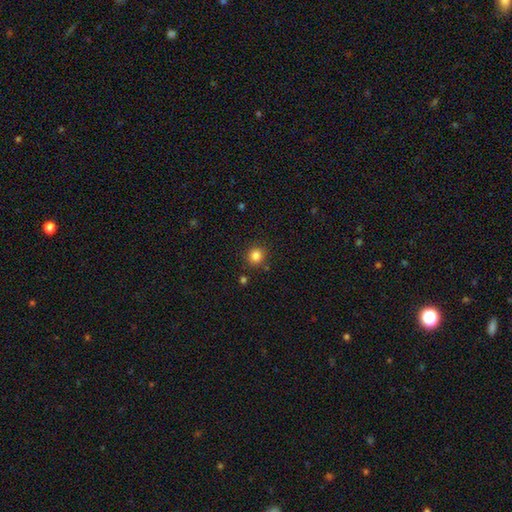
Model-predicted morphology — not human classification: smooth_or_featured: smooth (p=0.84) [alt: star or artifact p=0.12]
how_rounded: round (p=0.89) [alt: in between p=0.10]
merging: none (p=0.86) [alt: minor disturbance p=0.08]